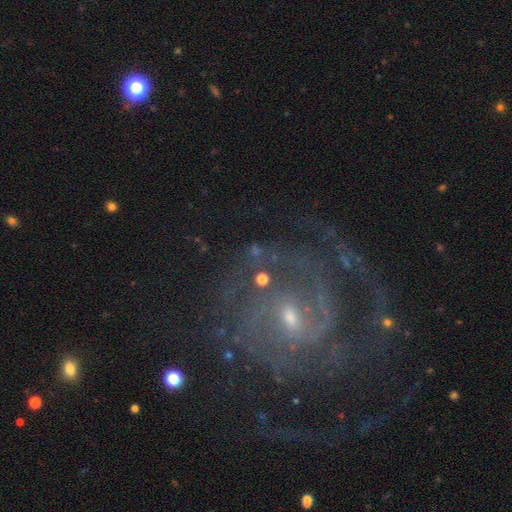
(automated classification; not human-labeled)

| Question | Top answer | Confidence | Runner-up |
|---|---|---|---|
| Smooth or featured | featured or disk | 85% | star or artifact (9%) |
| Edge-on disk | no | 98% | yes (2%) |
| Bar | weak | 50% | no (33%) |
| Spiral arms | yes | 96% | no (4%) |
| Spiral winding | tight | 51% | medium (39%) |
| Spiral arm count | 2 | 37% | can't tell (22%) |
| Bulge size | small | 70% | moderate (25%) |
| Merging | none | 62% | major disturbance (18%) |